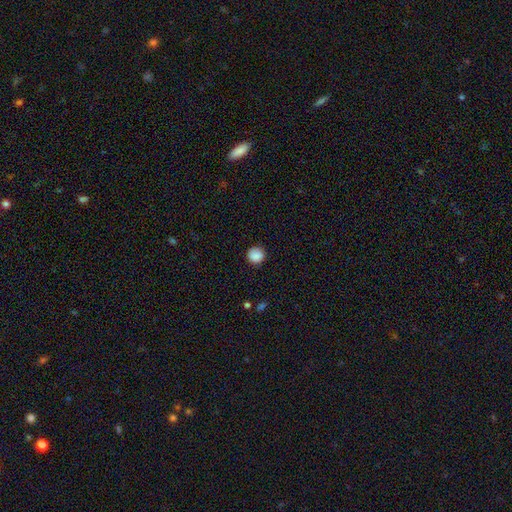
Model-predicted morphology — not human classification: This appears to be a smooth galaxy with no disk features (88%) that is round (93%). Merging: none (88%).